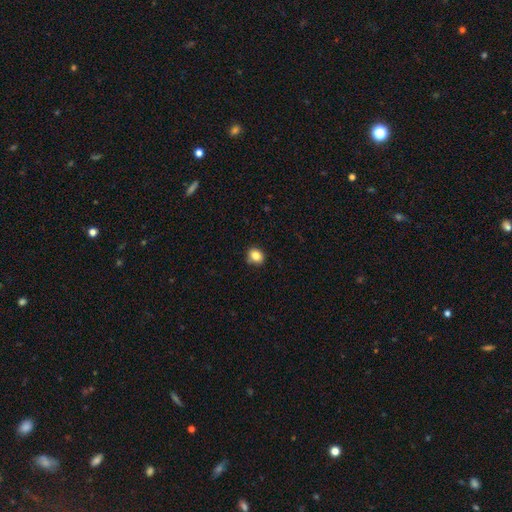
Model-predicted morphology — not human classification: smooth 83%, star or artifact 10%, featured or disk 7%. Down the decision tree: how rounded — round (64%); merging — none (84%).